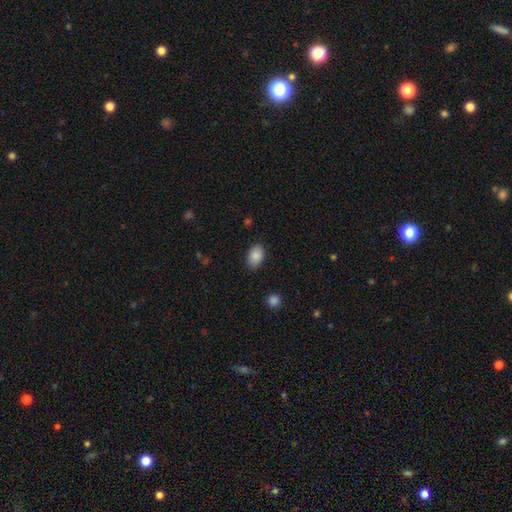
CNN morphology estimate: Q: Smooth or featured?
A: smooth (87%); runner-up: star or artifact (7%)
Q: How rounded?
A: in between (86%); runner-up: round (13%)
Q: Merging?
A: none (87%); runner-up: minor disturbance (10%)